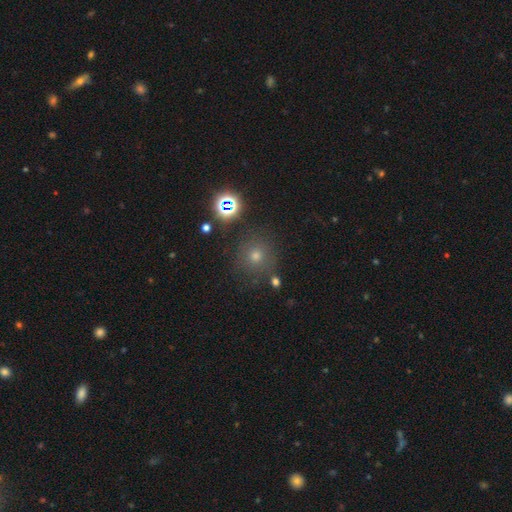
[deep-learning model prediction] This is possibly a smooth galaxy (57%). How rounded: clearly round (93%). Merging: clearly none (83%).